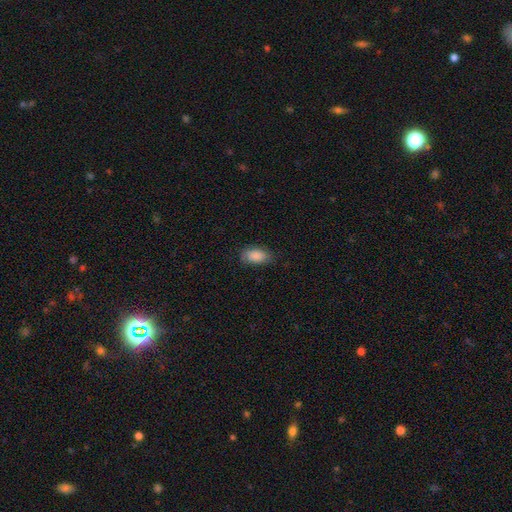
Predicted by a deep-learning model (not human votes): Overall: smooth (88%). How rounded: in between (93%). Merging: none (79%).